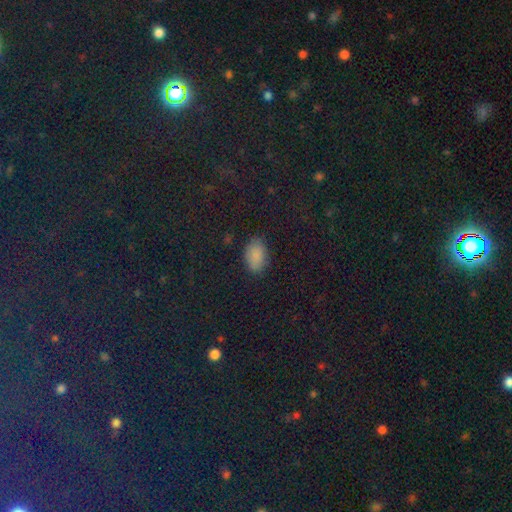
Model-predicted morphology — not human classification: Smooth or featured?
  - smooth: 82% *
  - star or artifact: 13%
  - featured or disk: 5%
How rounded?
  - in between: 92% *
  - round: 7%
  - cigar-shaped: 2%
Merging?
  - none: 83% *
  - minor disturbance: 12%
  - major disturbance: 3%
  - merger: 1%